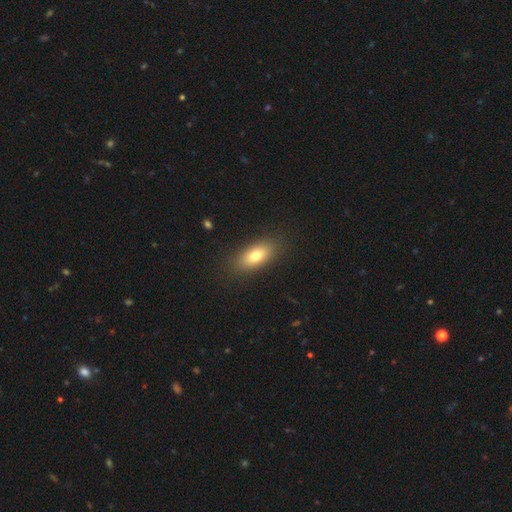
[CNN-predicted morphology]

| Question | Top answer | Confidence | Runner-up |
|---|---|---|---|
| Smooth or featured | smooth | 75% | featured or disk (17%) |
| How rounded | in between | 81% | cigar-shaped (14%) |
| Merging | none | 86% | minor disturbance (10%) |